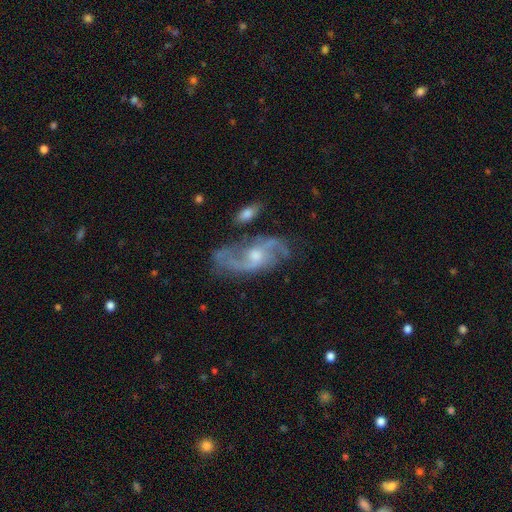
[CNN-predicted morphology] smooth_or_featured: featured or disk (p=0.86) [alt: smooth p=0.08]
disk_edge_on: no (p=0.94) [alt: yes p=0.06]
bar: no (p=0.53) [alt: weak p=0.39]
has_spiral_arms: yes (p=0.94) [alt: no p=0.06]
spiral_winding: loose (p=0.44) [alt: medium p=0.43]
spiral_arm_count: 2 (p=0.81) [alt: can't tell p=0.08]
bulge_size: moderate (p=0.55) [alt: small p=0.37]
merging: none (p=0.64) [alt: minor disturbance p=0.19]